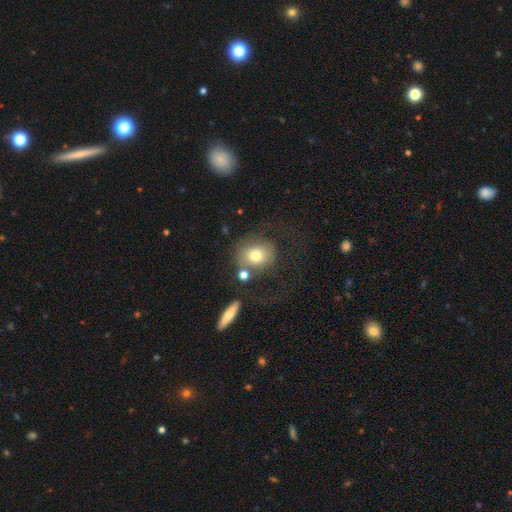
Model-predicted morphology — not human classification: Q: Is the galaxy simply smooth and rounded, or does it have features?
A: smooth — 69%.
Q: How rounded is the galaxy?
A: round — 71%.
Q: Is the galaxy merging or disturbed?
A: none — 53%.